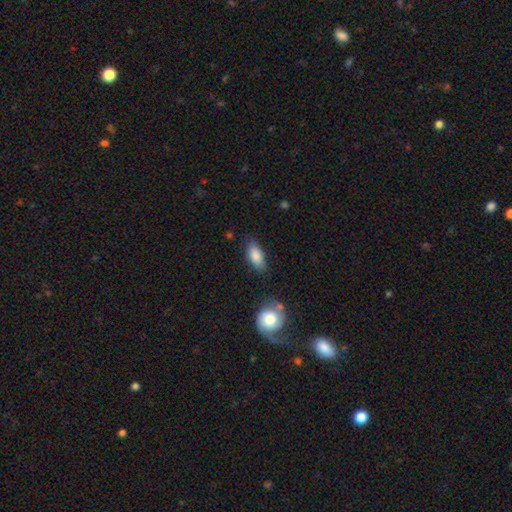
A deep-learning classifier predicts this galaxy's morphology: This appears to be a smooth galaxy with no disk features (85%) that is in between round and cigar-shaped (87%). Merging: none (76%).